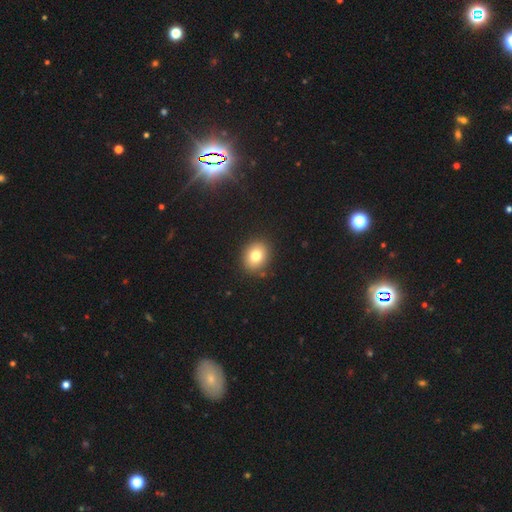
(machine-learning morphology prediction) A smooth galaxy with no disk features (79%) that is round (58%).

Vote fractions:
- Smooth or featured? smooth: 79% / featured or disk: 11% / star or artifact: 11%
- How rounded? round: 58% / in between: 42% / cigar-shaped: 1%
- Merging? none: 89% / minor disturbance: 8% / major disturbance: 2% / merger: 1%